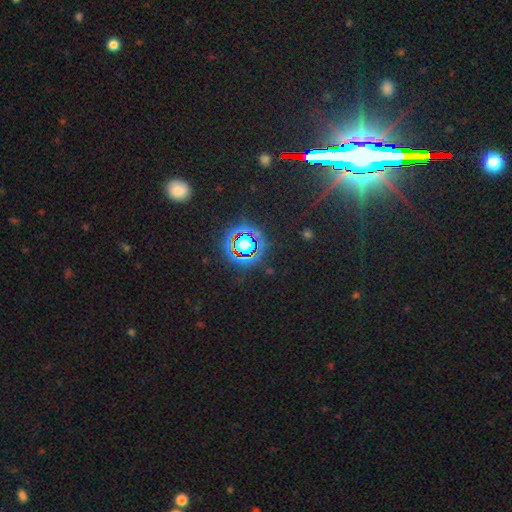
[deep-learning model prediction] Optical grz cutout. It shows a star or artifact, not a galaxy (83%).